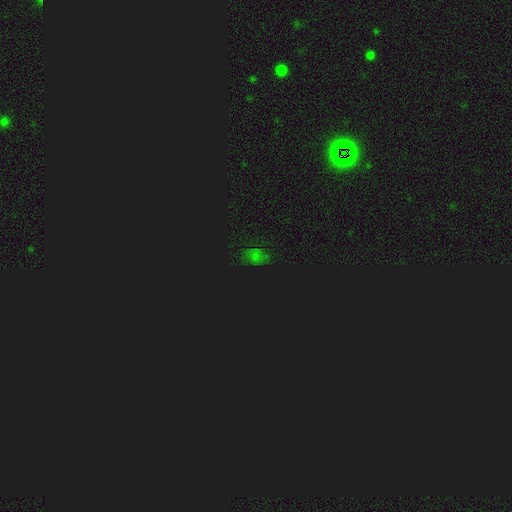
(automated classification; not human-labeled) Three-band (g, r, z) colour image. It shows a star or artifact, not a galaxy (56%).